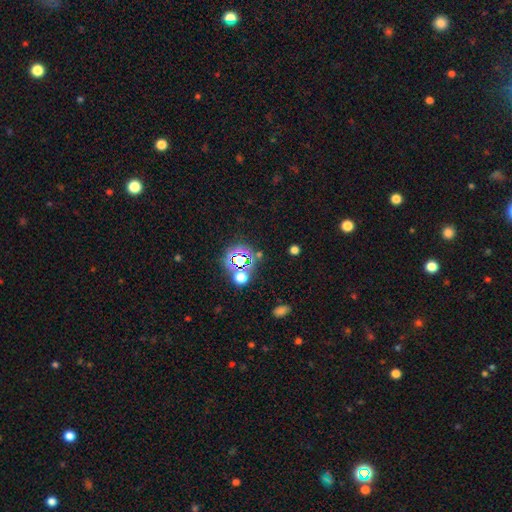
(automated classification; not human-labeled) Smooth or featured? star or artifact (71%)